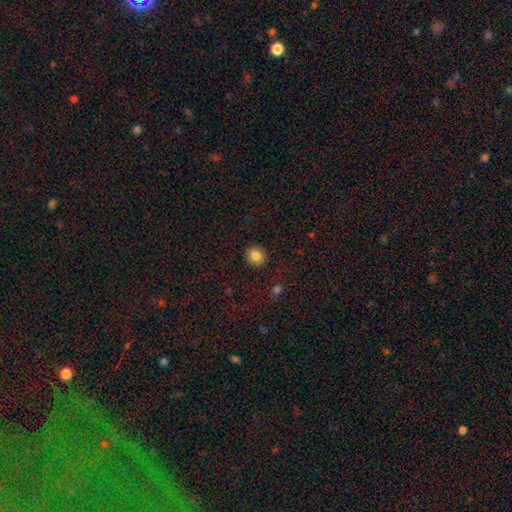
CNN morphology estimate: Smooth or featured? Predicted: smooth (p=0.84). How rounded? Predicted: round (p=0.87). Merging? Predicted: none (p=0.90).